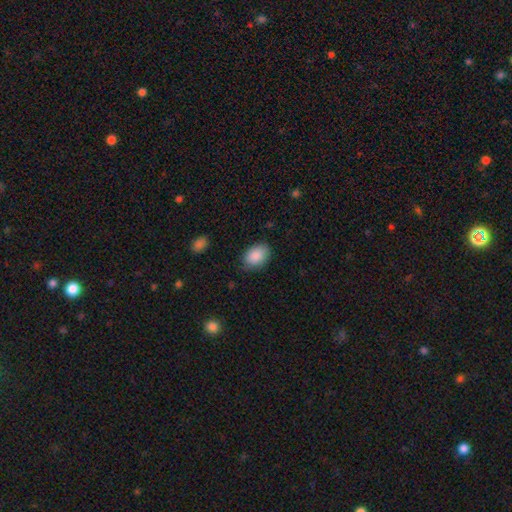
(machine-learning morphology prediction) Smooth or featured? smooth (88%)
How rounded? in between (81%)
Merging? none (80%)